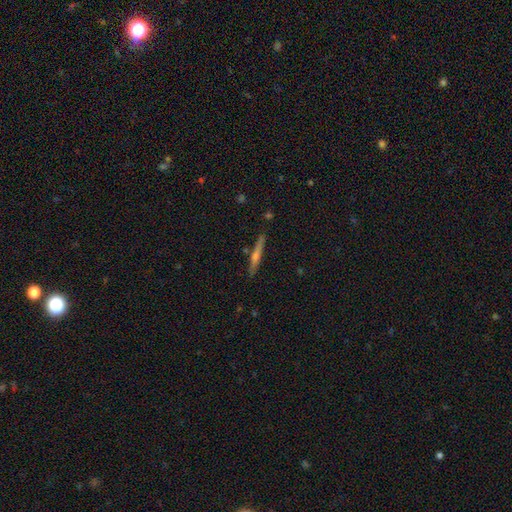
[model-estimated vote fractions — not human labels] The model was most divided on "smooth or featured": featured or disk: 62%, smooth: 32%, star or artifact: 7%. More confident: edge-on disk — yes (97%); merging — none (87%); edge-on bulge — rounded (78%).